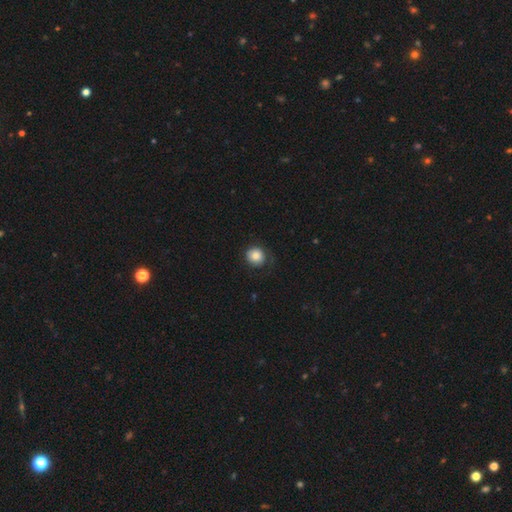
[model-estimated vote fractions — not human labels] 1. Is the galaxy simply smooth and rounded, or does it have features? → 83% smooth, 9% featured or disk, 8% star or artifact.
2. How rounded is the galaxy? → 87% round, 12% in between, 1% cigar-shaped.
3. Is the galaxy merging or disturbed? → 71% none, 19% minor disturbance, 9% major disturbance, 1% merger.